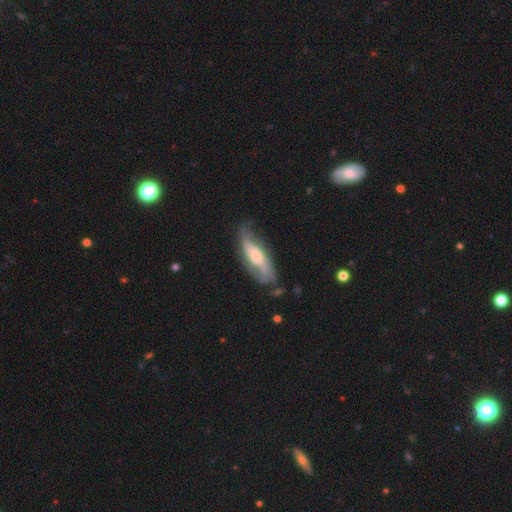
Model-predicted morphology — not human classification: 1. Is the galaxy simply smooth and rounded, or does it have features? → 71% featured or disk, 23% smooth, 6% star or artifact.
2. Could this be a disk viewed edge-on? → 84% no, 16% yes.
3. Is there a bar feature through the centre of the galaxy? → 50% no, 35% weak, 15% strong.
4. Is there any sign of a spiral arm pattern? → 88% yes, 12% no.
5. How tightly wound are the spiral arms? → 41% medium, 35% loose, 24% tight.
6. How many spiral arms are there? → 74% 2, 15% can't tell, 5% 1, 3% 3, 1% 4, 1% more than 4.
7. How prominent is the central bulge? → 48% moderate, 32% small, 14% large, 5% none, 2% dominant.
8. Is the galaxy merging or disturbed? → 62% none, 24% minor disturbance, 12% major disturbance, 3% merger.